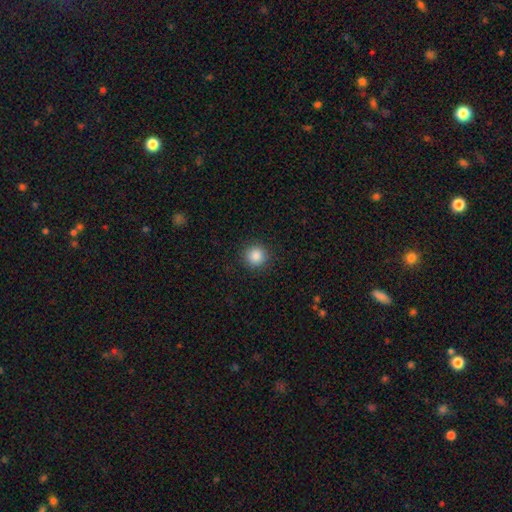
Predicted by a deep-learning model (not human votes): Morphology: type=smooth (87%); roundness=round (94%); merging=none (91%).